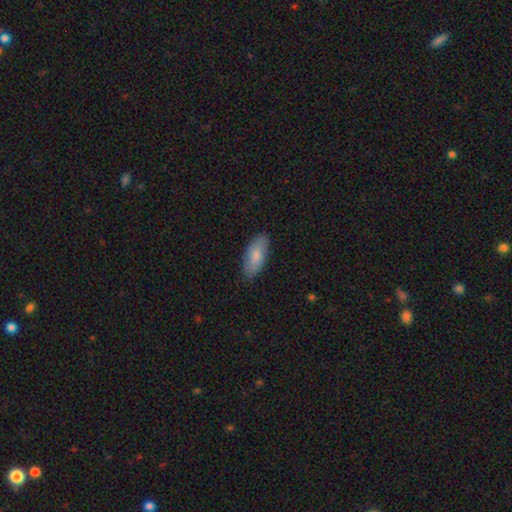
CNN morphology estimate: The model was most divided on "how rounded": in between: 82%, cigar-shaped: 16%, round: 2%. More confident: merging — none (86%); smooth or featured — smooth (82%).